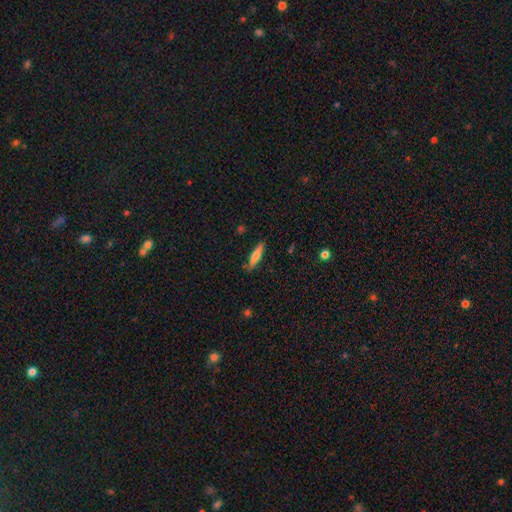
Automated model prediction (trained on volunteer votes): Overall: smooth (61%; featured or disk 32%). How rounded: cigar-shaped (81%). Merging: none (86%).